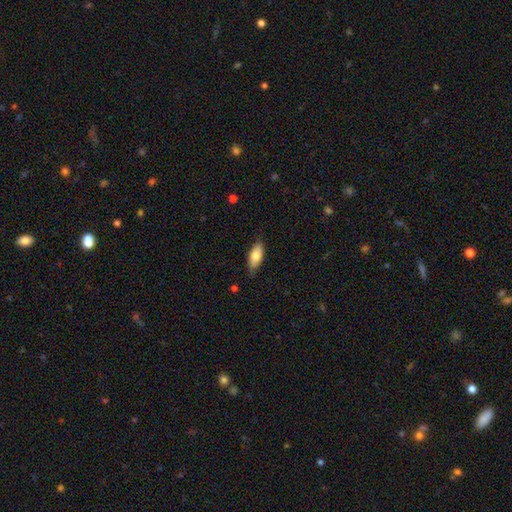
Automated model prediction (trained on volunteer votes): A smooth galaxy with no disk features (75%) that is in between round and cigar-shaped (82%).

Vote fractions:
- Smooth or featured? smooth: 75% / featured or disk: 19% / star or artifact: 6%
- How rounded? in between: 82% / cigar-shaped: 16% / round: 2%
- Merging? none: 82% / minor disturbance: 15% / major disturbance: 2% / merger: 1%